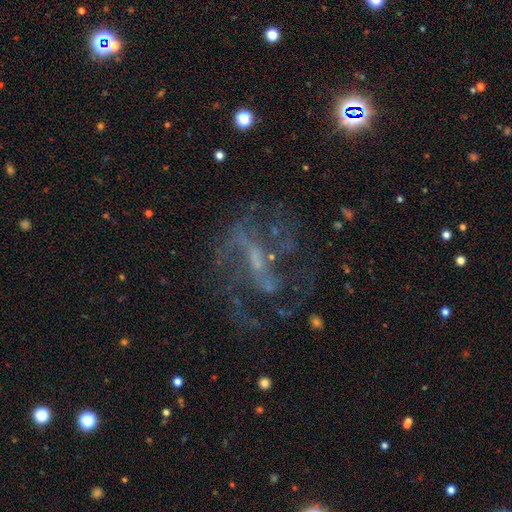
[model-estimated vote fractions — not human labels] A featured or disk galaxy (70%) with a weak bar (38%), spiral arms (71%) and a small central bulge (44%).

Vote fractions:
- Smooth or featured? featured or disk: 70% / star or artifact: 20% / smooth: 10%
- Edge-on disk? no: 93% / yes: 7%
- Bar? weak: 38% / strong: 33% / no: 29%
- Spiral arms? yes: 71% / no: 29%
- Bulge size? small: 44% / none: 38% / moderate: 15% / large: 2% / dominant: 1%
- Merging? none: 50% / major disturbance: 30% / minor disturbance: 16% / merger: 4%